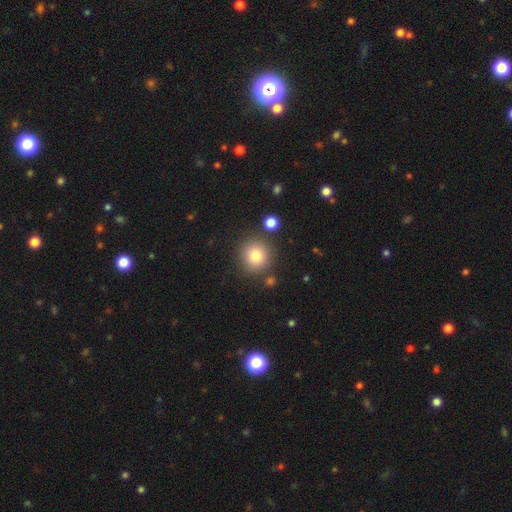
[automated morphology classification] This appears to be a smooth galaxy with no disk features (80%) that is round (92%). Merging: none (84%).